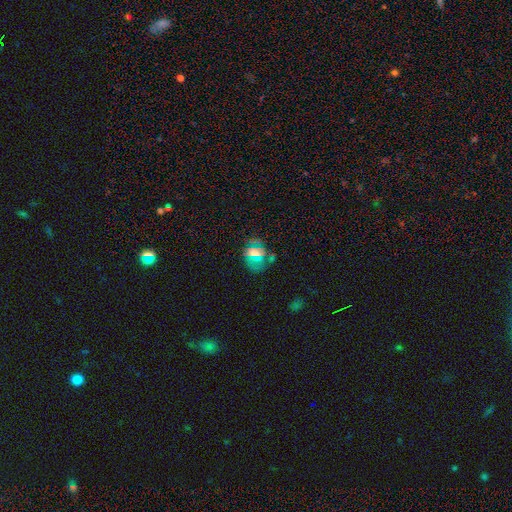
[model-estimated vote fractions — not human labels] Q: Smooth or featured?
A: smooth (46%); runner-up: star or artifact (29%)
Q: Merging?
A: none (62%); runner-up: minor disturbance (20%)